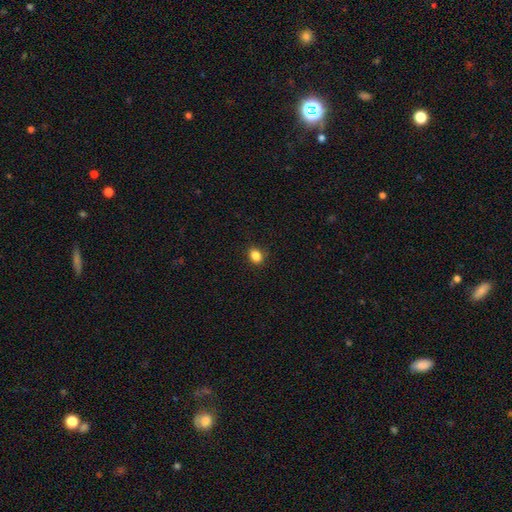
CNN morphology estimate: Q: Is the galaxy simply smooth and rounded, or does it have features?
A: smooth — 85%.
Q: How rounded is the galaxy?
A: in between — 60%.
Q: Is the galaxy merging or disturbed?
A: none — 87%.